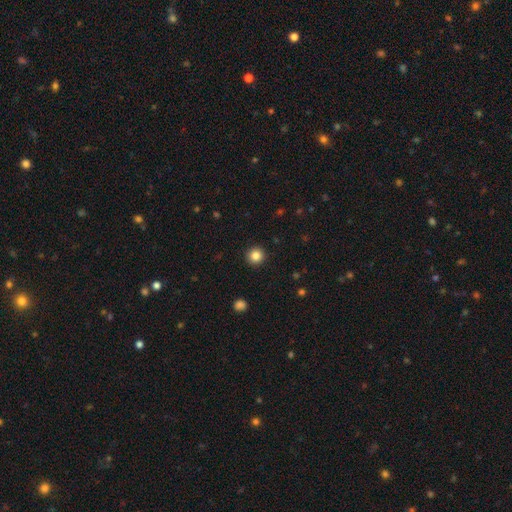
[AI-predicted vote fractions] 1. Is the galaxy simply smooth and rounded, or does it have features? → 85% smooth, 11% star or artifact, 4% featured or disk.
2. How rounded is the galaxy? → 95% round, 4% in between, 1% cigar-shaped.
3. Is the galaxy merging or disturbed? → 93% none, 4% minor disturbance, 2% major disturbance, 1% merger.